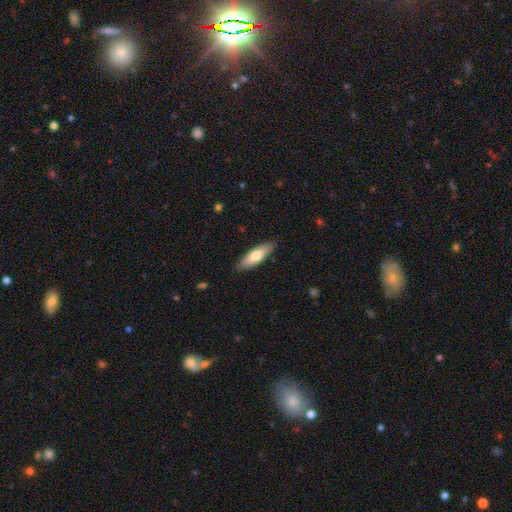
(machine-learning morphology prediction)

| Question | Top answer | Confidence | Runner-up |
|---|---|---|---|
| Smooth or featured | smooth | 68% | featured or disk (26%) |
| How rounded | cigar-shaped | 52% | in between (47%) |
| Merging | none | 88% | minor disturbance (10%) |